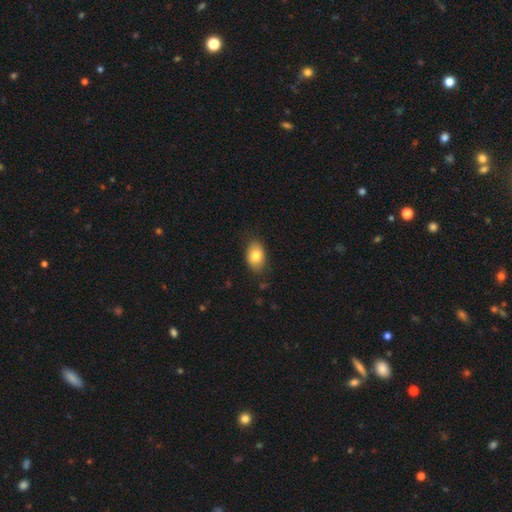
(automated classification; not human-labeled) Smooth or featured?
  - smooth: 81% *
  - featured or disk: 11%
  - star or artifact: 8%
How rounded?
  - in between: 86% *
  - round: 13%
  - cigar-shaped: 1%
Merging?
  - none: 81% *
  - minor disturbance: 15%
  - major disturbance: 3%
  - merger: 1%